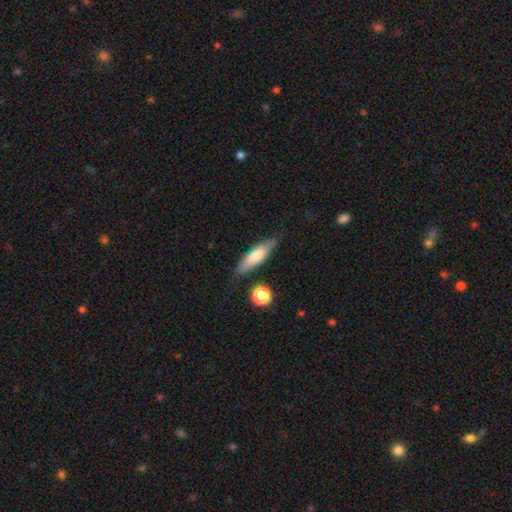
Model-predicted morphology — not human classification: This is likely a smooth galaxy (67%). How rounded: likely cigar-shaped (62%). Merging: likely none (78%).